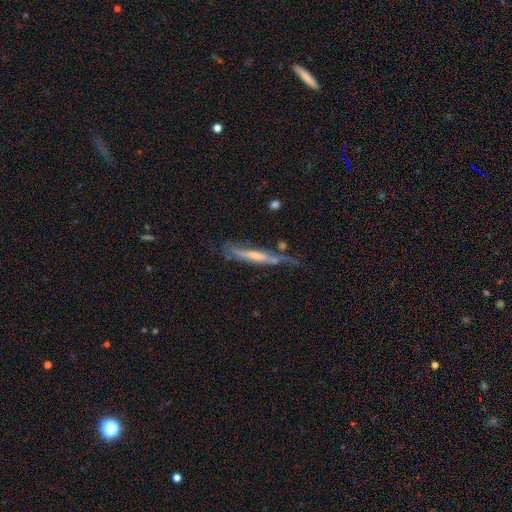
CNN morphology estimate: smooth_or_featured: featured or disk (p=0.58) [alt: smooth p=0.35]
disk_edge_on: yes (p=0.85) [alt: no p=0.15]
merging: none (p=0.51) [alt: minor disturbance p=0.28]